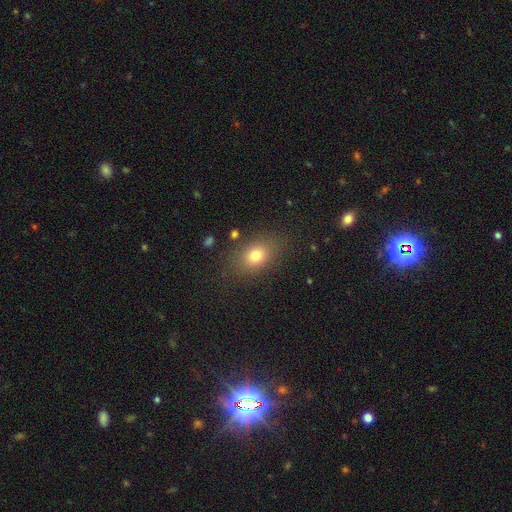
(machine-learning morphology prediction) The model was most divided on "how rounded": in between: 67%, round: 32%, cigar-shaped: 2%. More confident: merging — none (81%); smooth or featured — smooth (77%).